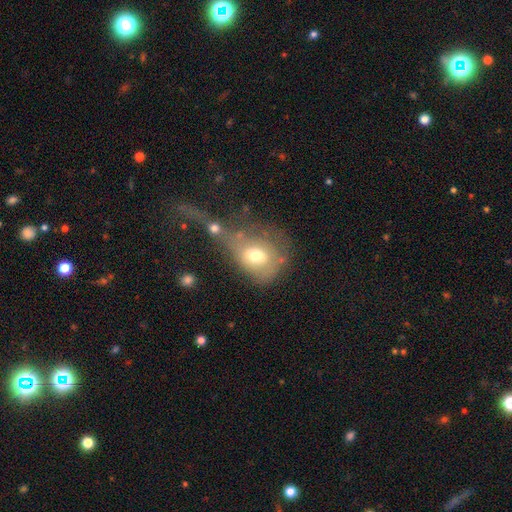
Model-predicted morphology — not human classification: smooth 62%, featured or disk 28%, star or artifact 10%. Down the decision tree: how rounded — in between (52%); merging — merger (31%).